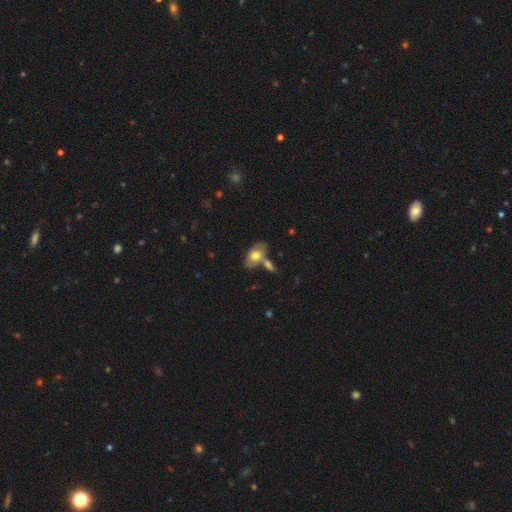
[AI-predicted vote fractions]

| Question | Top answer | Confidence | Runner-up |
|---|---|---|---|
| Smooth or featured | smooth | 66% | featured or disk (27%) |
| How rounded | in between | 91% | round (6%) |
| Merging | none | 54% | merger (26%) |